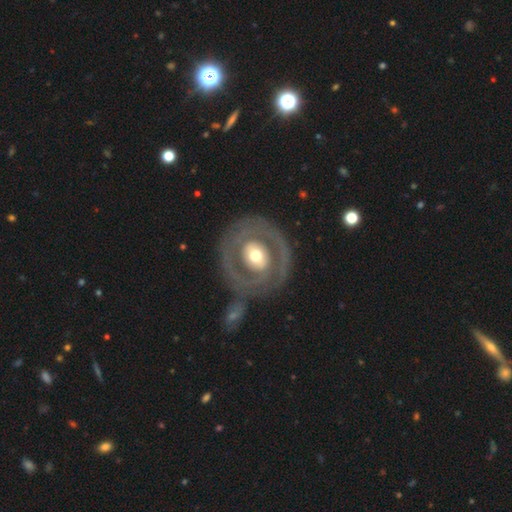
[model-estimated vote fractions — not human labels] Smooth or featured? featured or disk (70%)
Edge-on disk? no (96%)
Bar? no (54%)
Spiral arms? no (53%)
Bulge size? moderate (66%)
Merging? none (72%)